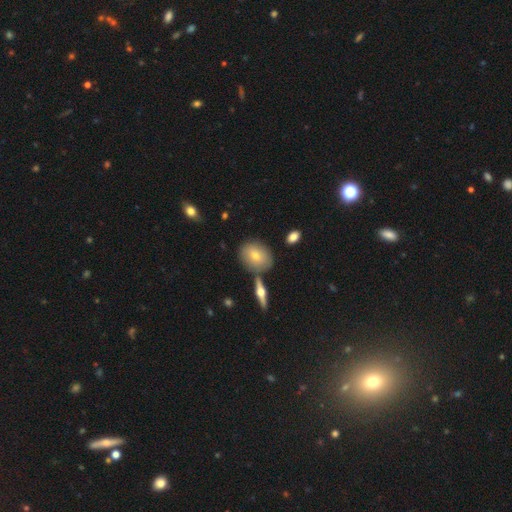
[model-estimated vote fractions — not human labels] This is likely a smooth galaxy (65%). How rounded: possibly in between (58%). Merging: likely none (73%).